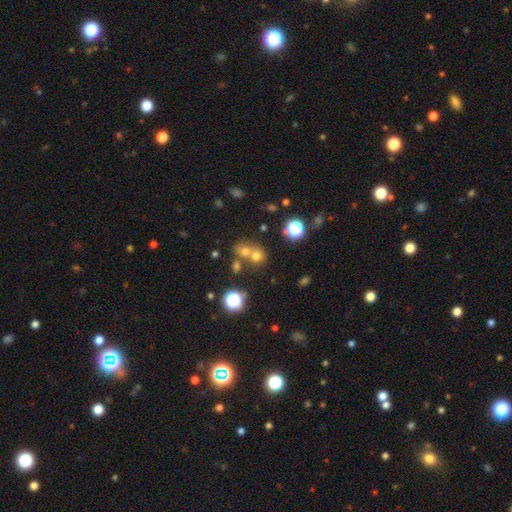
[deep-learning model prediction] Smooth or featured?
  - smooth: 64% *
  - star or artifact: 23%
  - featured or disk: 13%
How rounded?
  - round: 78% *
  - in between: 21%
  - cigar-shaped: 1%
Merging?
  - merger: 48% *
  - none: 42%
  - minor disturbance: 7%
  - major disturbance: 3%